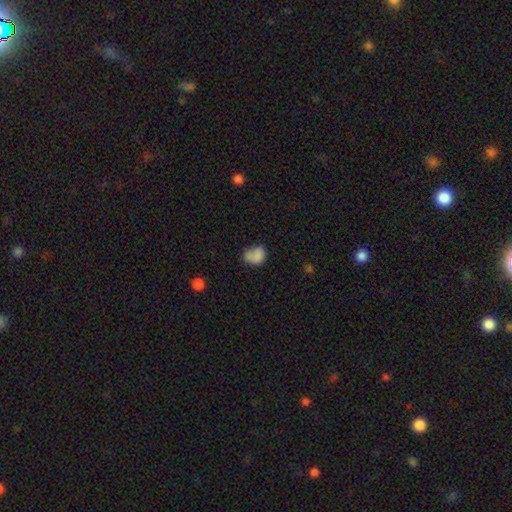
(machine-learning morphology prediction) smooth 81%, star or artifact 10%, featured or disk 9%. Down the decision tree: how rounded — in between (61%); merging — none (47%).